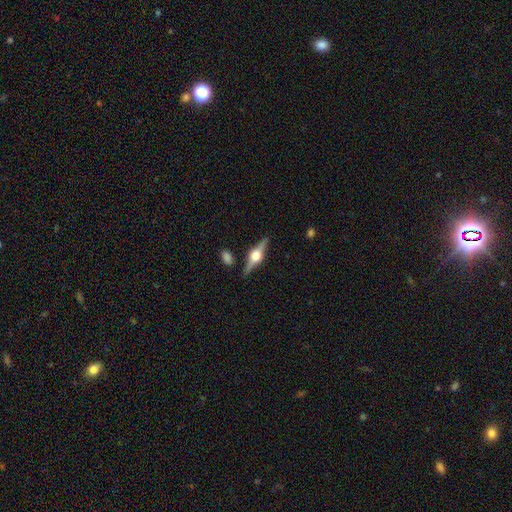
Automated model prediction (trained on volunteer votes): A featured or disk galaxy (81%) viewed edge-on (97%) with a rounded central bulge (95%). Merging: none (86%).